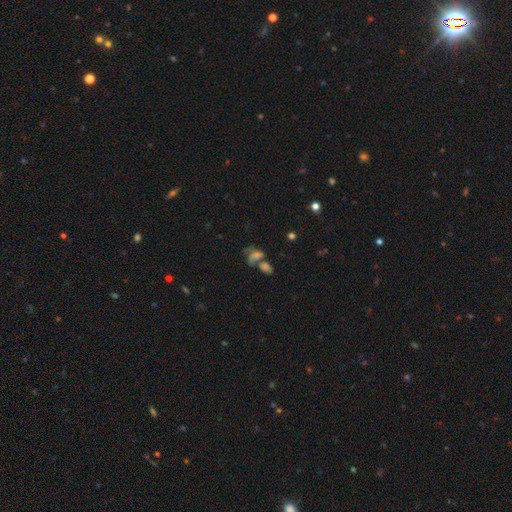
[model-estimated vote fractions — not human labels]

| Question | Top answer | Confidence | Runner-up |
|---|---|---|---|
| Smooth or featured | featured or disk | 41% | smooth (35%) |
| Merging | merger | 45% | none (28%) |